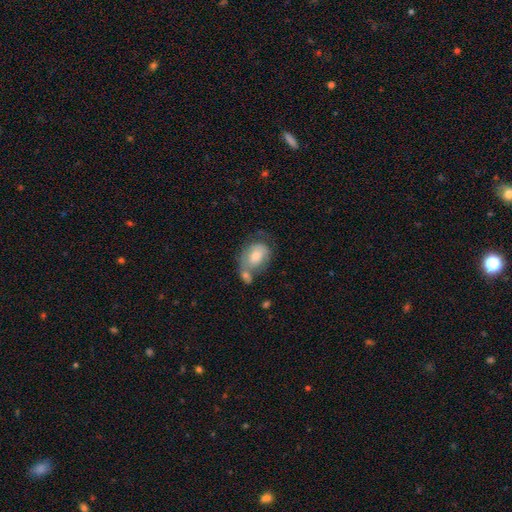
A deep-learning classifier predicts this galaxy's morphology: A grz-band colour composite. It shows a smooth galaxy with no disk features (57%) that is in between round and cigar-shaped (67%). Merging: merger (35%).